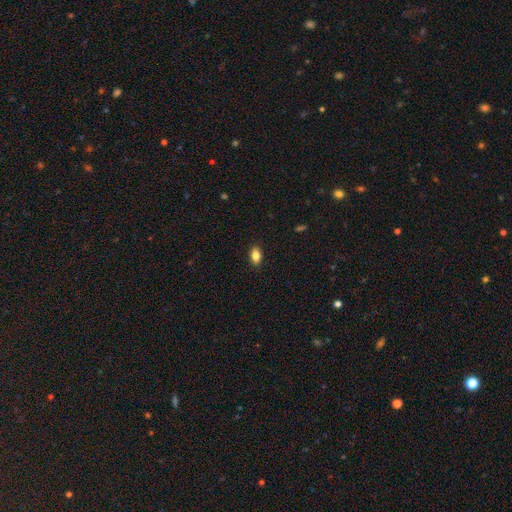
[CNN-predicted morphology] smooth 84%, star or artifact 9%, featured or disk 7%. Down the decision tree: how rounded — in between (88%); merging — none (88%).